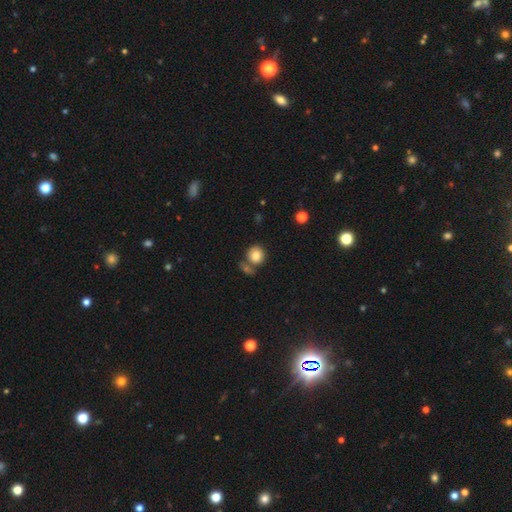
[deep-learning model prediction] Smooth or featured?
  - smooth: 82% *
  - featured or disk: 9%
  - star or artifact: 9%
How rounded?
  - round: 84% *
  - in between: 15%
  - cigar-shaped: 1%
Merging?
  - none: 60% *
  - merger: 24%
  - minor disturbance: 11%
  - major disturbance: 4%